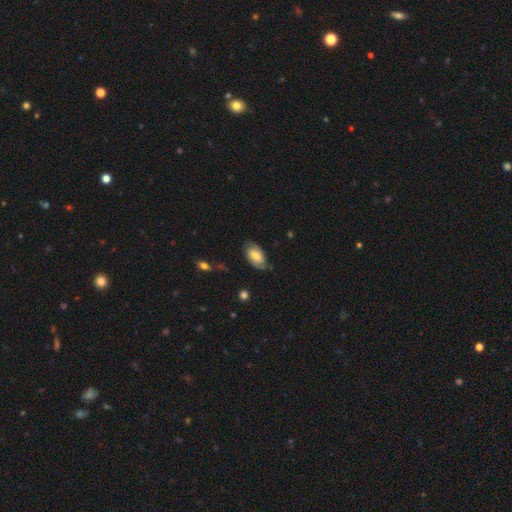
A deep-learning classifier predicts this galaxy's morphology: Overall: featured or disk (50%; smooth 43%). Edge-on disk: no (93%). Merging: none (70%).